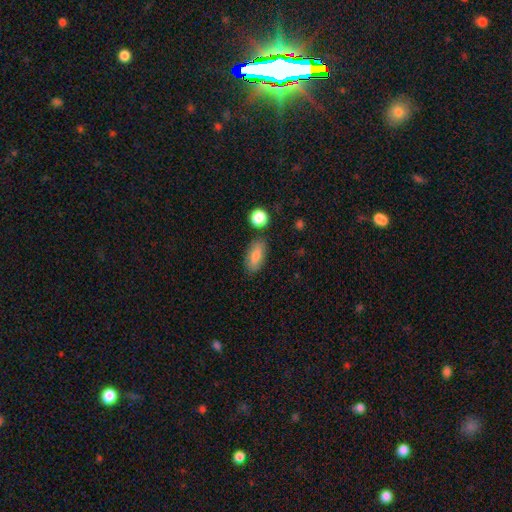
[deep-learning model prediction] Q: Smooth or featured?
A: smooth (79%); runner-up: featured or disk (13%)
Q: How rounded?
A: in between (85%); runner-up: cigar-shaped (10%)
Q: Merging?
A: none (81%); runner-up: minor disturbance (12%)